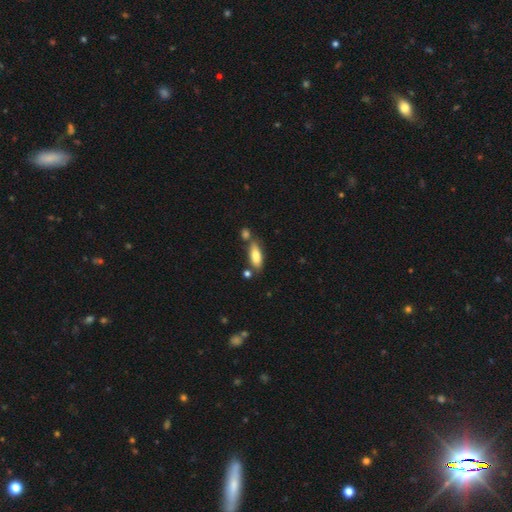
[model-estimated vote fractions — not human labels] A smooth galaxy with no disk features (78%) that is in between round and cigar-shaped (71%).

Vote fractions:
- Smooth or featured? smooth: 78% / featured or disk: 15% / star or artifact: 7%
- How rounded? in between: 71% / cigar-shaped: 27% / round: 2%
- Merging? none: 62% / merger: 19% / minor disturbance: 15% / major disturbance: 4%